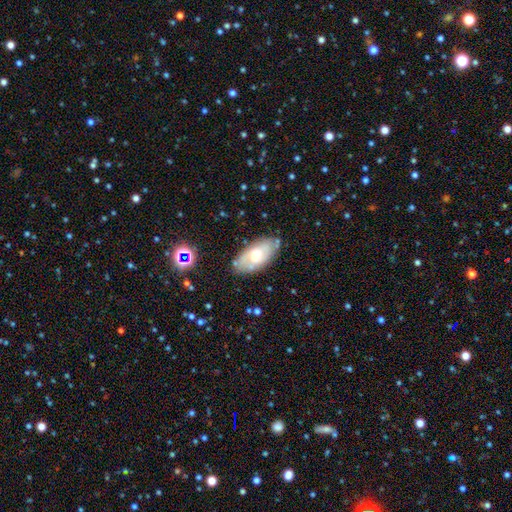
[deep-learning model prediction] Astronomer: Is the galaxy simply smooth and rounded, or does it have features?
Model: smooth — 48% (runner-up: featured or disk, 44%).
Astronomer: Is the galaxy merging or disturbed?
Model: none — 76%.